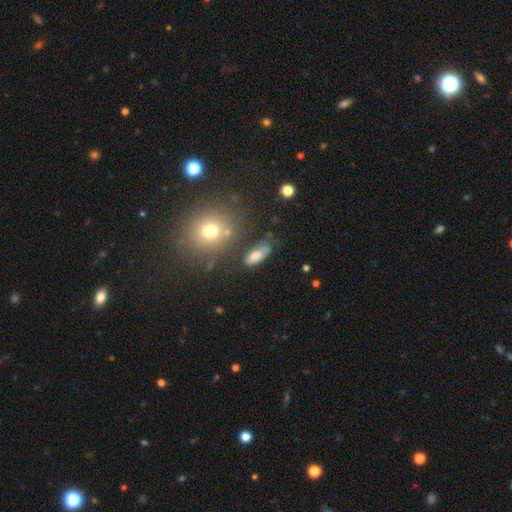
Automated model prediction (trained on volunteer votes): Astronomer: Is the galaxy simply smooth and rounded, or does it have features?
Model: smooth — 70%.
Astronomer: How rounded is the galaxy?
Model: in between — 80%.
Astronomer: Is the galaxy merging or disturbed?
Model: none — 60%.